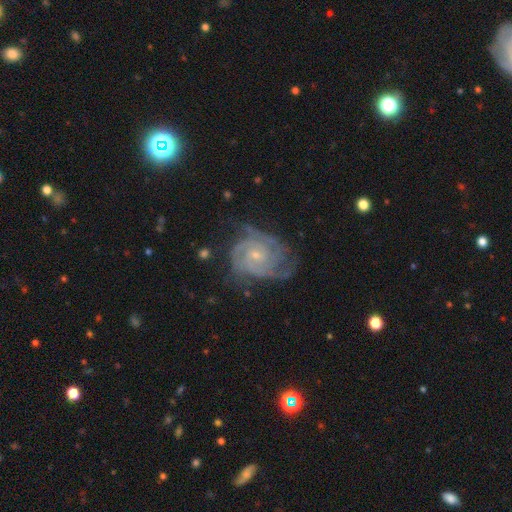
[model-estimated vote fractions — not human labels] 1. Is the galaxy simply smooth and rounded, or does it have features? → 90% featured or disk, 5% star or artifact, 5% smooth.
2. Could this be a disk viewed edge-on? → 98% no, 2% yes.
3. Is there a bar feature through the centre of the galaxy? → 67% no, 27% weak, 6% strong.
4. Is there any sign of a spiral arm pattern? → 98% yes, 2% no.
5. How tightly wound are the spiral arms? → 68% tight, 28% medium, 4% loose.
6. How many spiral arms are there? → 36% 3, 24% 2, 16% can't tell, 14% 4, 5% more than 4, 5% 1.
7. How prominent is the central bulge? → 72% small, 24% moderate, 2% none, 1% large, 1% dominant.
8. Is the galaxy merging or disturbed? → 62% none, 24% minor disturbance, 12% major disturbance, 2% merger.